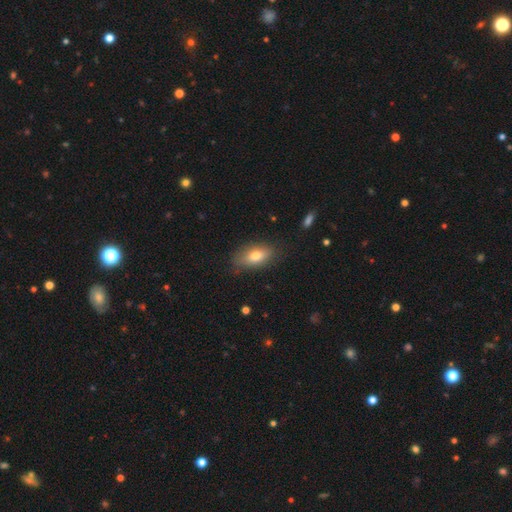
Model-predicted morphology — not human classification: Smooth or featured? smooth (75%)
How rounded? in between (86%)
Merging? none (77%)